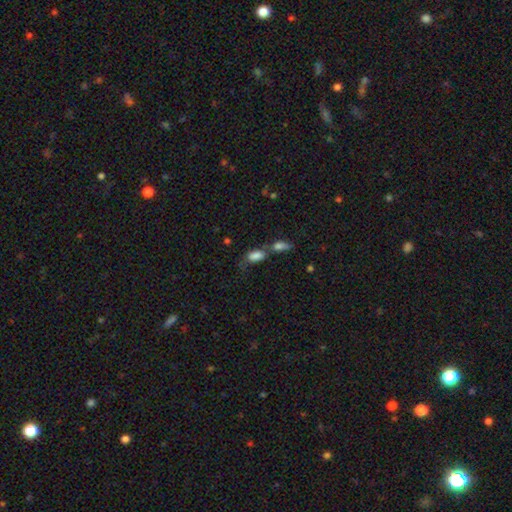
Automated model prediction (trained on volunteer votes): This appears to be a smooth galaxy with no disk features (77%) that is in between round and cigar-shaped (87%). Merging: merger (50%).